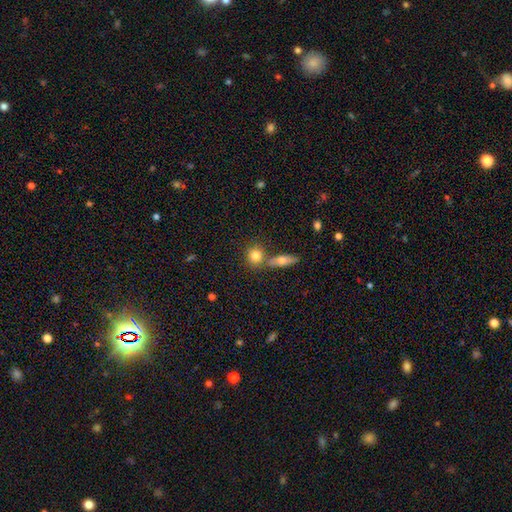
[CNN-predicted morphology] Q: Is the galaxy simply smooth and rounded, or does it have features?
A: smooth — 80%.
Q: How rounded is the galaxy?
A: round — 75%.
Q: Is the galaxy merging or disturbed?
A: none — 62%.